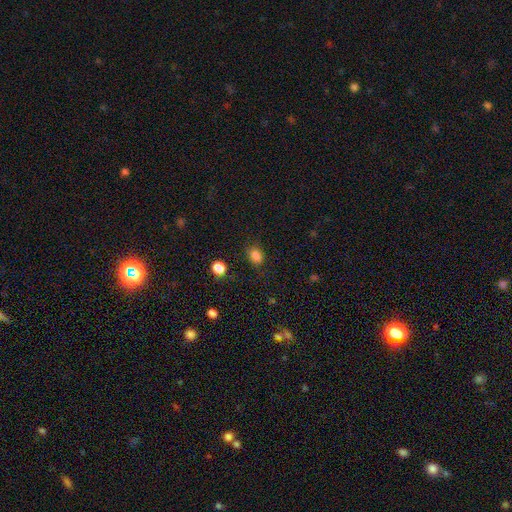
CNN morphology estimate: This appears to be a smooth galaxy with no disk features (81%) that is in between round and cigar-shaped (61%). Merging: none (71%).